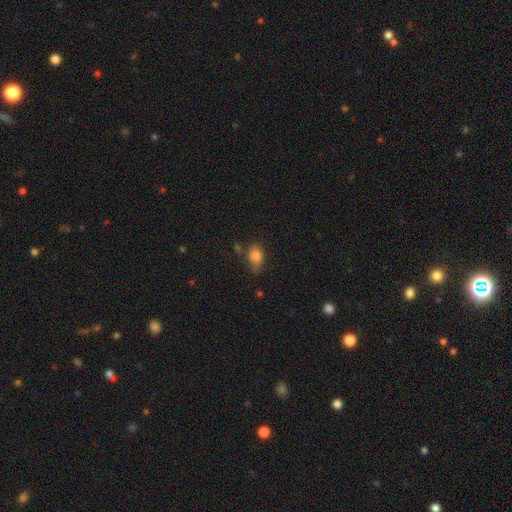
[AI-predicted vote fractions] A smooth galaxy with no disk features (82%) that is in between round and cigar-shaped (72%). Merging: none (52%).